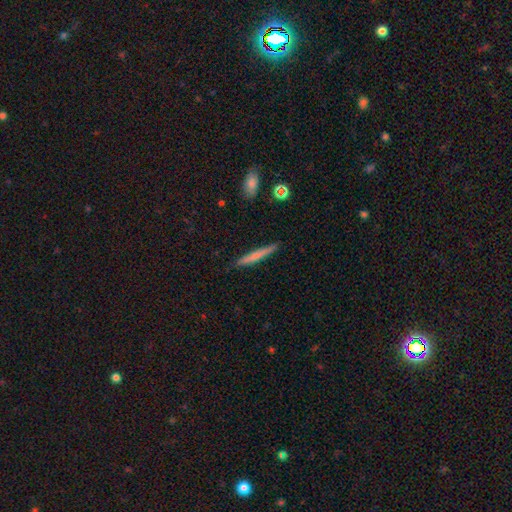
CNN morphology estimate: A smooth galaxy with no disk features (62%) that is cigar-shaped (95%). Merging: none (88%).